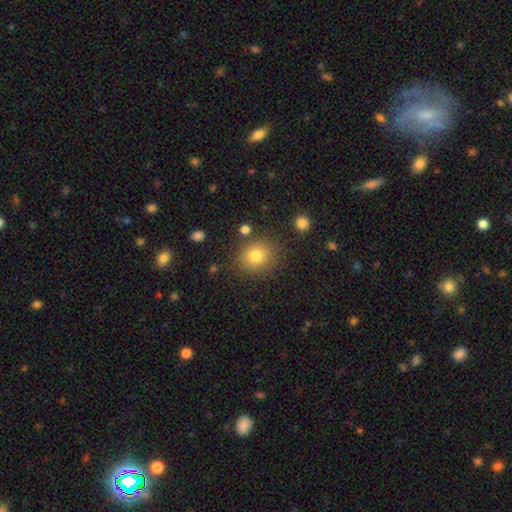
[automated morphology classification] Smooth or featured?
  - smooth: 79% *
  - star or artifact: 12%
  - featured or disk: 9%
How rounded?
  - round: 74% *
  - in between: 26%
  - cigar-shaped: 1%
Merging?
  - none: 81% *
  - minor disturbance: 11%
  - merger: 4%
  - major disturbance: 4%